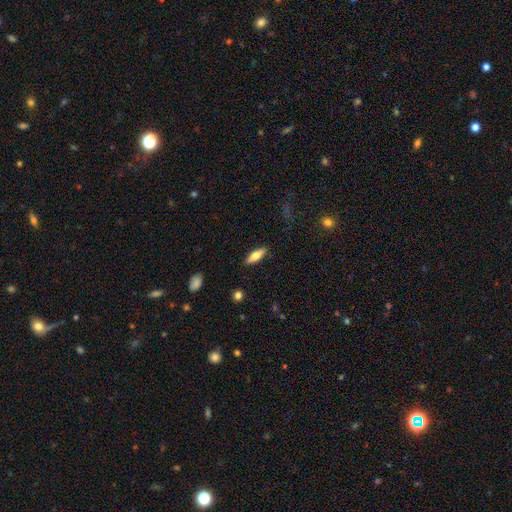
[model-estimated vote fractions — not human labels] Smooth or featured? smooth (62%)
How rounded? cigar-shaped (50%)
Merging? none (88%)